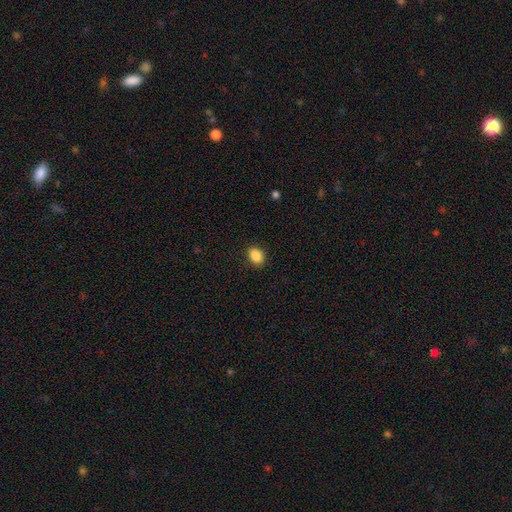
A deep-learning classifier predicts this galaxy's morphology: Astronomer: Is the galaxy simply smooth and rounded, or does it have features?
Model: smooth — 88%.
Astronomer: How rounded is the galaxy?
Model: in between — 67%.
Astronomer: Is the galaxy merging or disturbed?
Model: none — 89%.